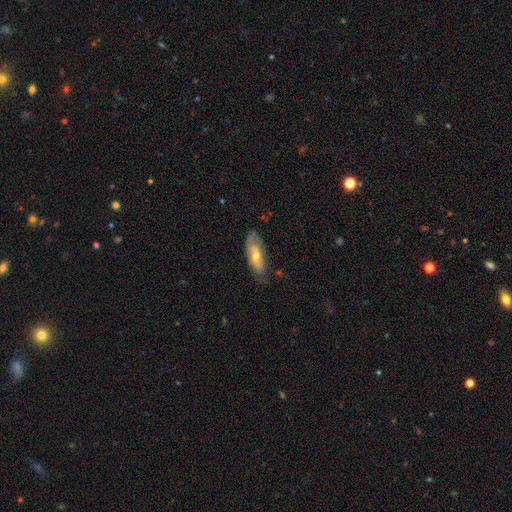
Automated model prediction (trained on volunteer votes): A featured or disk galaxy (52%). Merging: none (70%).